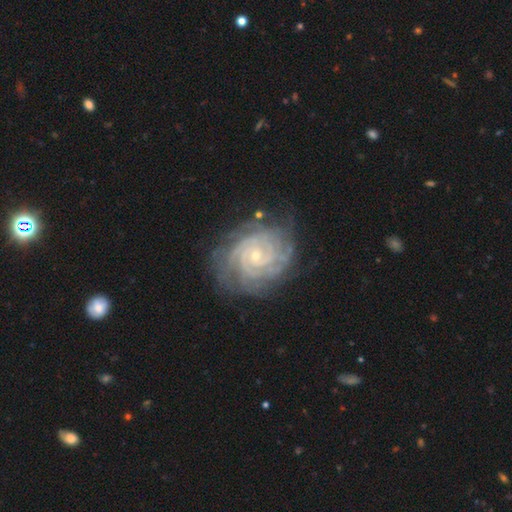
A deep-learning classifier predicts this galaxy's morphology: smooth-or-featured: featured or disk: 88% | star or artifact: 6% | smooth: 6%
  disk-edge-on: no: 98% | yes: 2%
    bar: no: 70% | weak: 23% | strong: 7%
    has-spiral-arms: yes: 98% | no: 2%
      spiral-winding: tight: 82% | medium: 16% | loose: 2%
      spiral-arm-count: 4: 23% (tied) | can't tell: 23% (tied) | 2: 18% | 3: 17% | more than 4: 12% | 1: 7%
    bulge-size: small: 80% | moderate: 17% | none: 1% | large: 1% | dominant: 1%
  merging: none: 77% | minor disturbance: 16% | major disturbance: 6% | merger: 2%